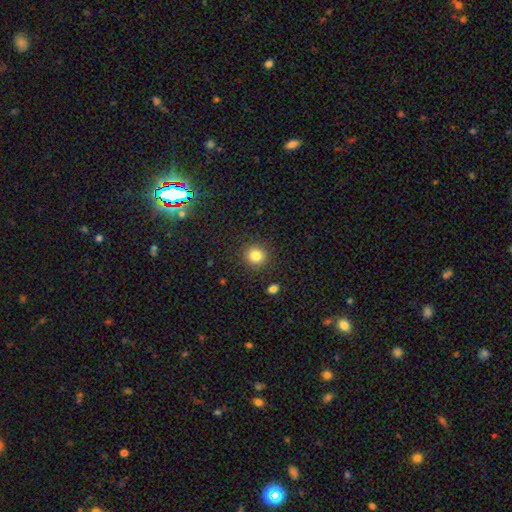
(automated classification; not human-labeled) This is clearly a smooth galaxy (83%). How rounded: clearly round (88%). Merging: clearly none (90%).